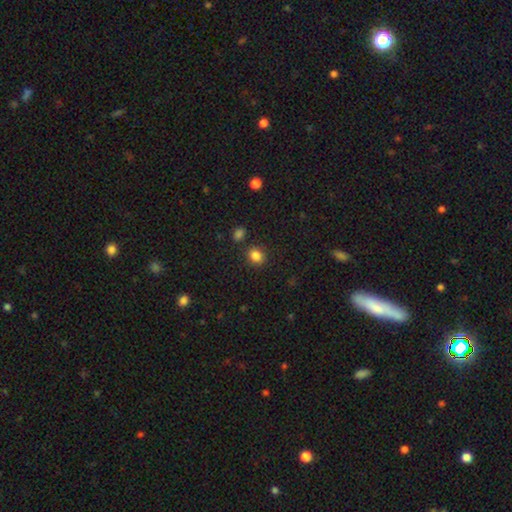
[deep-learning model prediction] smooth_or_featured: smooth (p=0.85) [alt: star or artifact p=0.11]
how_rounded: round (p=0.66) [alt: in between p=0.33]
merging: none (p=0.84) [alt: minor disturbance p=0.09]